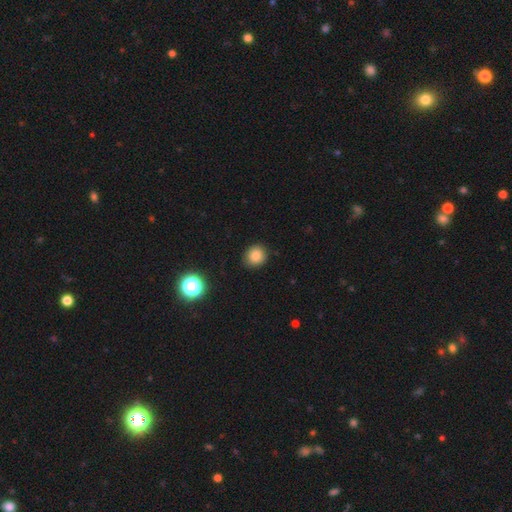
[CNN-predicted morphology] A smooth galaxy with no disk features (82%) that is round (84%).

Vote fractions:
- Smooth or featured? smooth: 82% / star or artifact: 12% / featured or disk: 6%
- How rounded? round: 84% / in between: 15% / cigar-shaped: 1%
- Merging? none: 87% / minor disturbance: 10% / major disturbance: 2% / merger: 1%